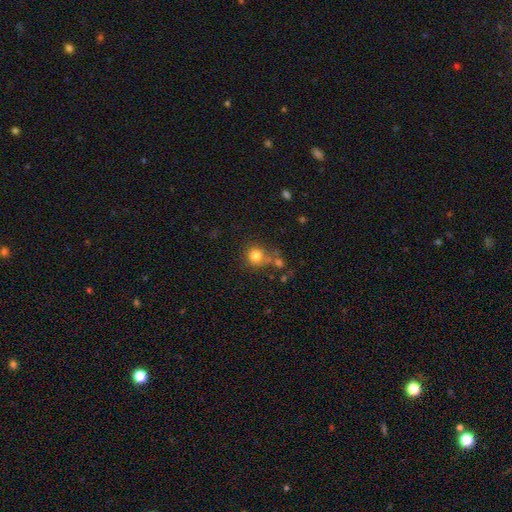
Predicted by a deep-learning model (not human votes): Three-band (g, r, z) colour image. It shows a smooth galaxy with no disk features (81%) that is round (89%). Merging: none (61%).